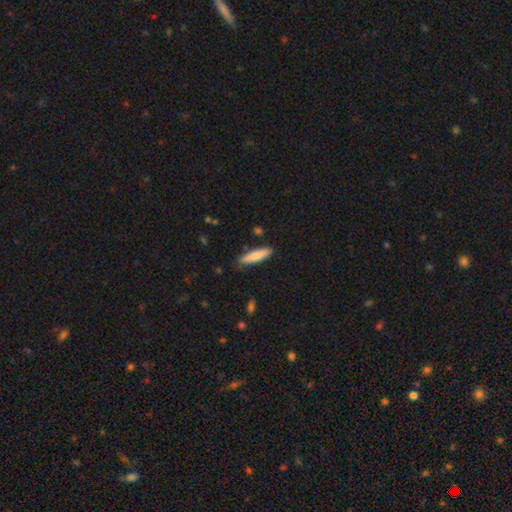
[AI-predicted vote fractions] smooth 79%, featured or disk 15%, star or artifact 6%. Down the decision tree: how rounded — cigar-shaped (79%); merging — none (83%).